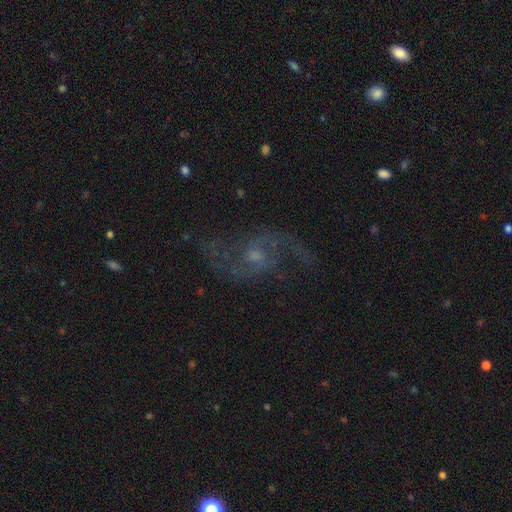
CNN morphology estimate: Smooth or featured? Predicted: featured or disk (p=0.85). Edge-on disk? Predicted: no (p=0.97). Bar? Predicted: no (p=0.49). Spiral arms? Predicted: yes (p=0.94). Spiral winding? Predicted: loose (p=0.54). Spiral arm count? Predicted: 2 (p=0.89). Bulge size? Predicted: small (p=0.49). Merging? Predicted: none (p=0.68).